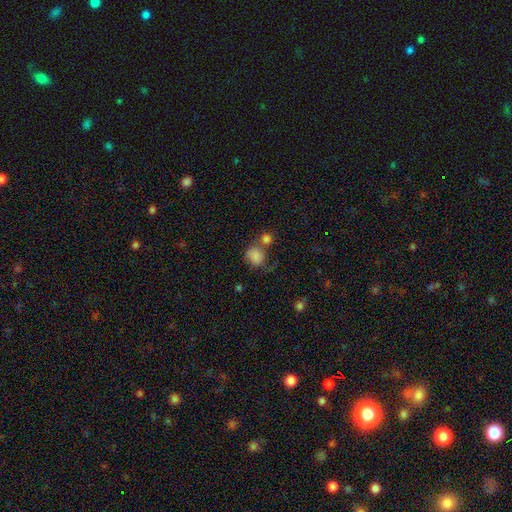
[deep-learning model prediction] This appears to be a smooth galaxy with no disk features (80%) that is round (69%). Merging: none (39%).